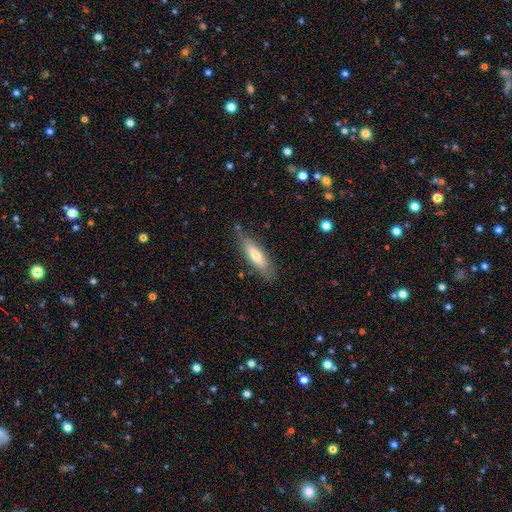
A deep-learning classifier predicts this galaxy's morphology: A smooth galaxy with no disk features (60%) that is cigar-shaped (61%).

Vote fractions:
- Smooth or featured? smooth: 60% / featured or disk: 34% / star or artifact: 6%
- How rounded? cigar-shaped: 61% / in between: 37% / round: 2%
- Merging? none: 78% / minor disturbance: 16% / major disturbance: 4% / merger: 2%